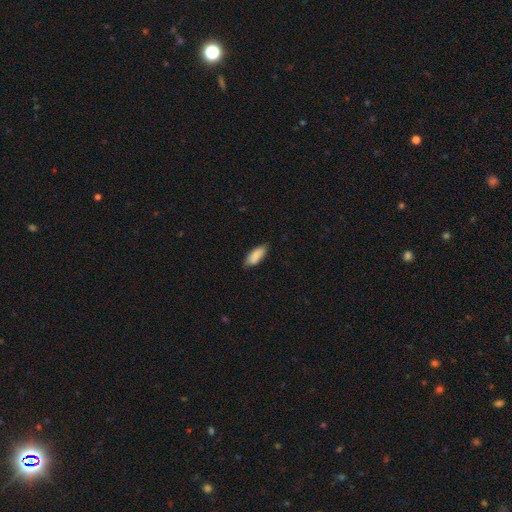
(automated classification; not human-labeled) Smooth or featured? Predicted: smooth (p=0.88). How rounded? Predicted: in between (p=0.76). Merging? Predicted: none (p=0.83).